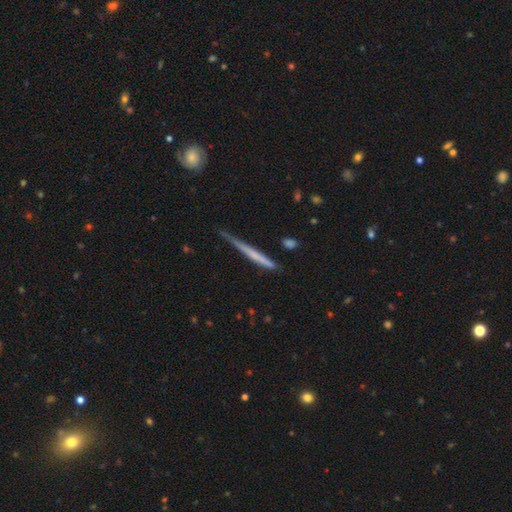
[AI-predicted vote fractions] smooth 49%, featured or disk 45%, star or artifact 6%. Down the decision tree: merging — none (66%).